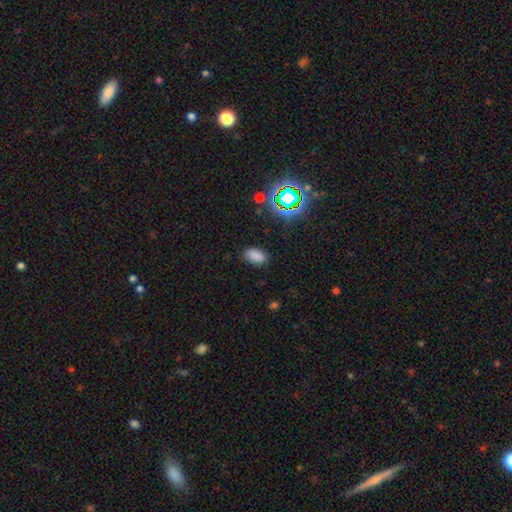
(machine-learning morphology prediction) Q: Smooth or featured?
A: smooth (78%); runner-up: star or artifact (17%)
Q: How rounded?
A: in between (92%); runner-up: round (6%)
Q: Merging?
A: none (83%); runner-up: minor disturbance (12%)